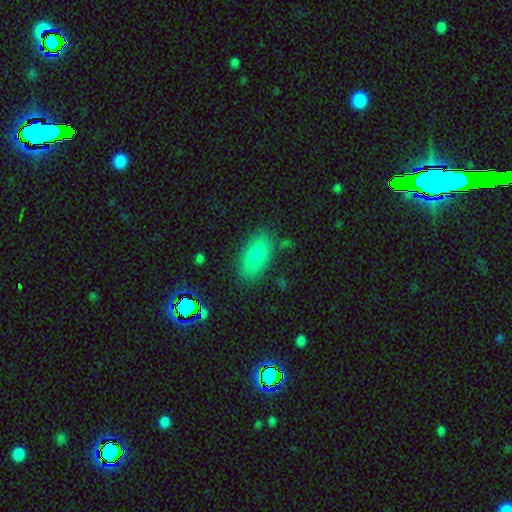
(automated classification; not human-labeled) A smooth galaxy with no disk features (75%) that is in between round and cigar-shaped (89%).

Vote fractions:
- Smooth or featured? smooth: 75% / featured or disk: 14% / star or artifact: 11%
- How rounded? in between: 89% / cigar-shaped: 6% / round: 5%
- Merging? none: 82% / minor disturbance: 12% / major disturbance: 3% / merger: 3%